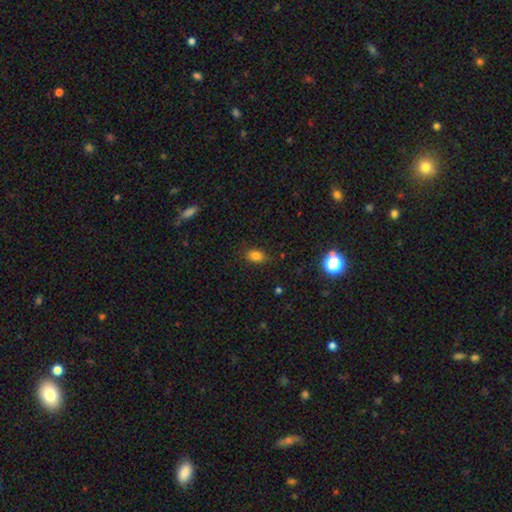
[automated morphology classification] This is clearly a smooth galaxy (80%). How rounded: likely in between (79%). Merging: clearly none (81%).